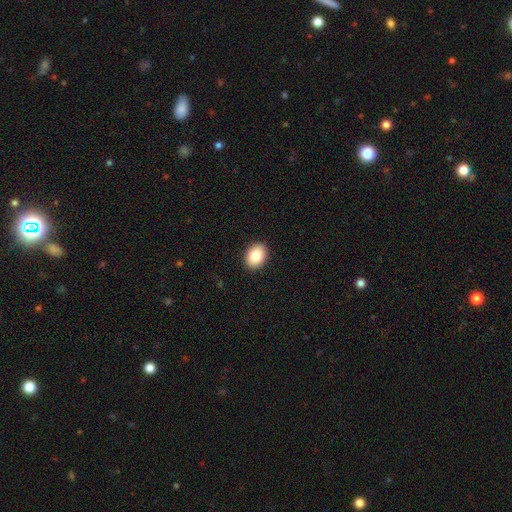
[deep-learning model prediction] smooth-or-featured: smooth: 85% | star or artifact: 8% | featured or disk: 7%
  how-rounded: in between: 68% | round: 31% | cigar-shaped: 1%
  merging: none: 91% | minor disturbance: 6% | major disturbance: 2% | merger: 1%